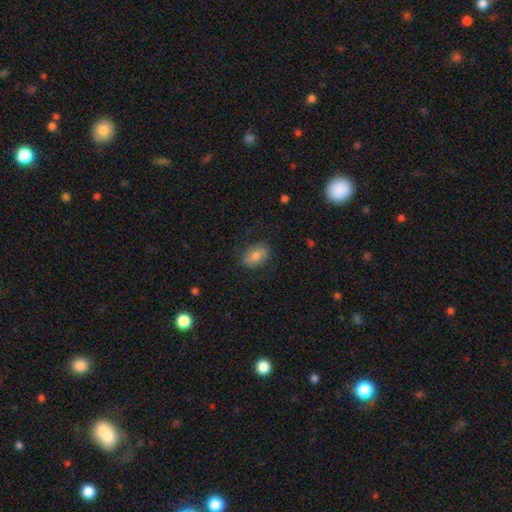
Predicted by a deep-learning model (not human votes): smooth-or-featured: smooth: 68% | featured or disk: 23% | star or artifact: 9%
  how-rounded: in between: 86% | round: 11% | cigar-shaped: 3%
  merging: none: 82% | minor disturbance: 13% | major disturbance: 4% | merger: 1%